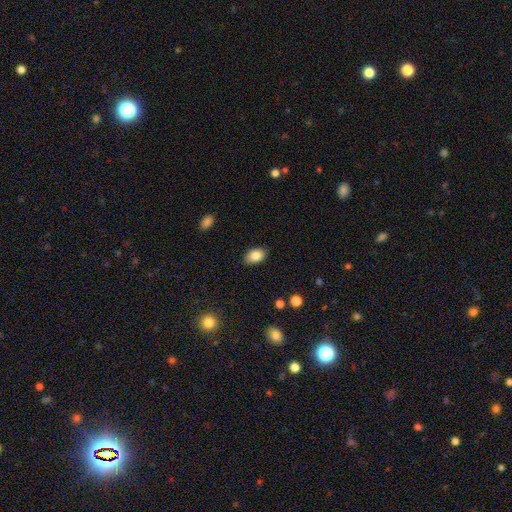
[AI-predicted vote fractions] smooth_or_featured: smooth (p=0.85) [alt: star or artifact p=0.08]
how_rounded: in between (p=0.85) [alt: round p=0.13]
merging: none (p=0.82) [alt: minor disturbance p=0.14]